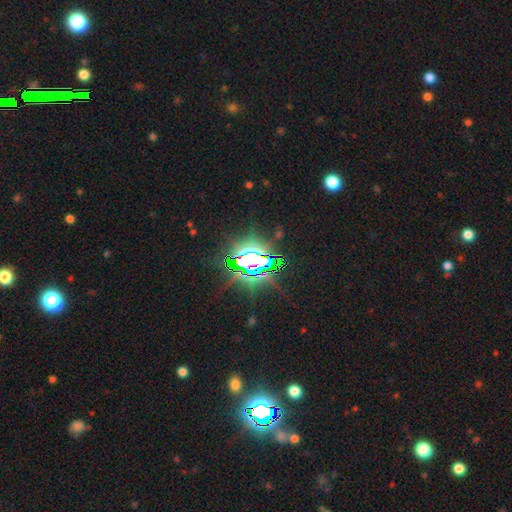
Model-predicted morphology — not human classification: Smooth or featured? Predicted: star or artifact (p=0.81).